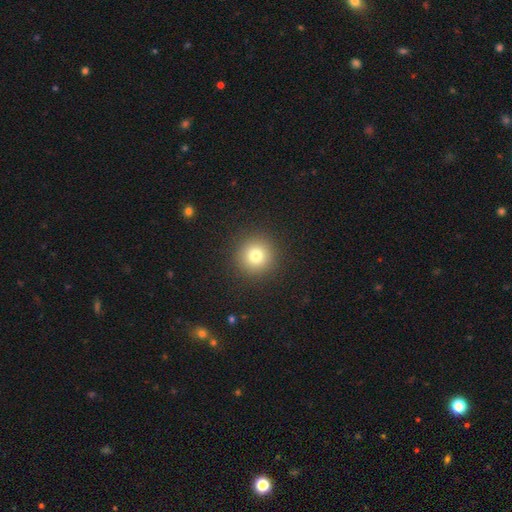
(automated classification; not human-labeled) smooth_or_featured: smooth (p=0.79) [alt: star or artifact p=0.13]
how_rounded: round (p=0.95) [alt: in between p=0.04]
merging: none (p=0.92) [alt: minor disturbance p=0.05]